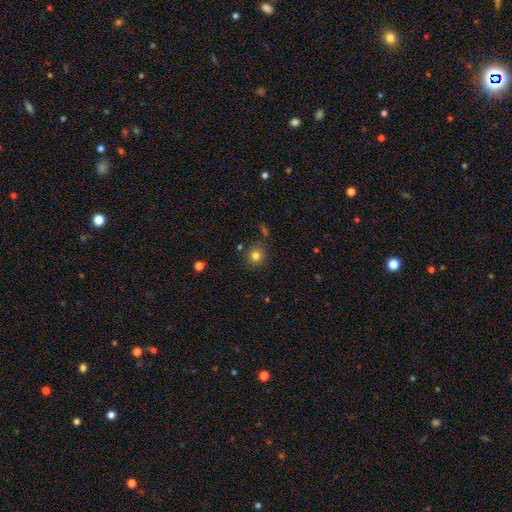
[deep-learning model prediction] smooth_or_featured: smooth (p=0.79) [alt: star or artifact p=0.13]
how_rounded: round (p=0.86) [alt: in between p=0.13]
merging: none (p=0.83) [alt: minor disturbance p=0.10]